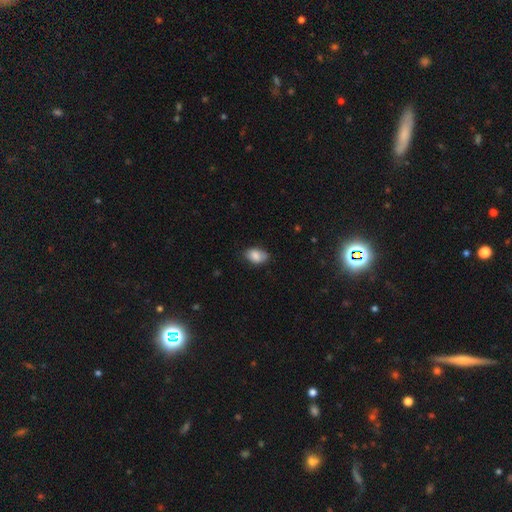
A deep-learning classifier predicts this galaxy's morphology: A smooth galaxy with no disk features (85%) that is in between round and cigar-shaped (87%). Merging: none (70%).